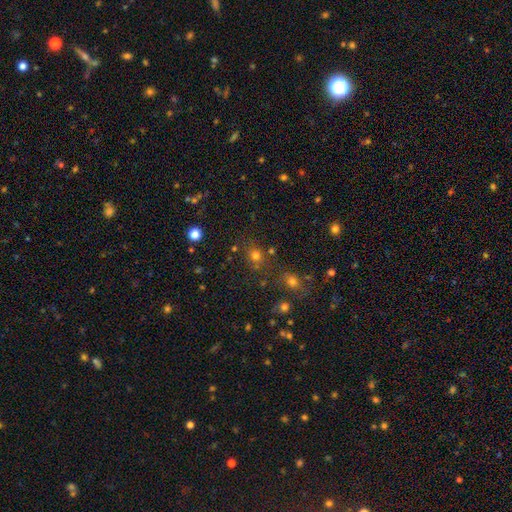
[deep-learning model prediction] Smooth or featured? smooth (71%)
How rounded? round (78%)
Merging? none (70%)